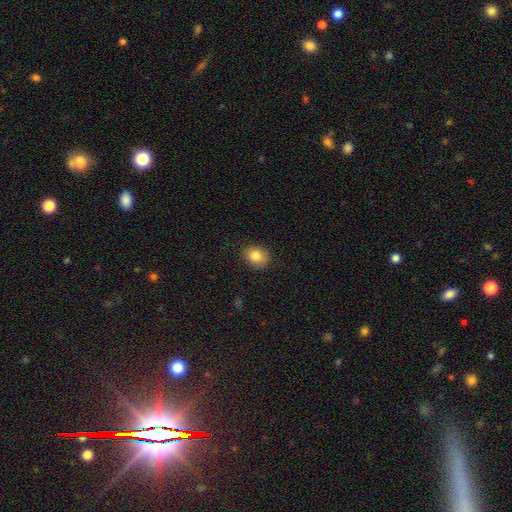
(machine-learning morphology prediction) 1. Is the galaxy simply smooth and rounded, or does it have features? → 84% smooth, 9% star or artifact, 7% featured or disk.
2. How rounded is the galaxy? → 62% in between, 37% round, 1% cigar-shaped.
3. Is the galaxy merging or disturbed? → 87% none, 10% minor disturbance, 2% major disturbance, 1% merger.